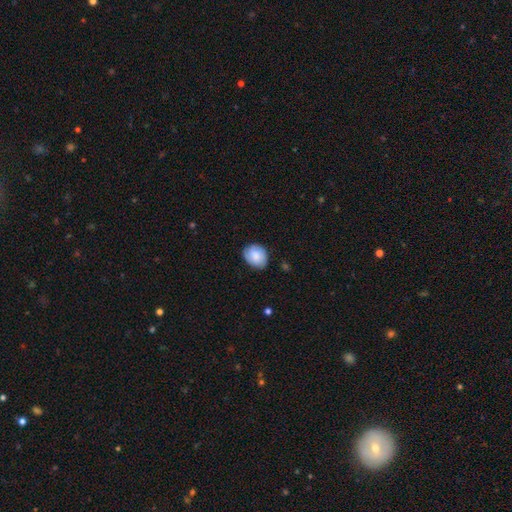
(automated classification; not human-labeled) This is likely a smooth galaxy (78%). How rounded: possibly round (50%). Merging: likely none (75%).